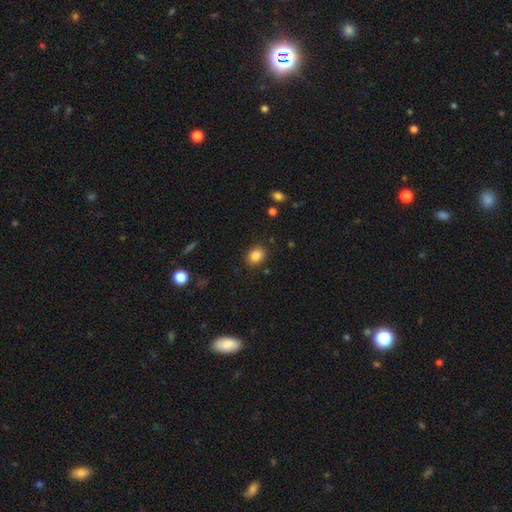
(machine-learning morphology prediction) A smooth galaxy with no disk features (85%) that is in between round and cigar-shaped (55%).

Vote fractions:
- Smooth or featured? smooth: 85% / star or artifact: 10% / featured or disk: 5%
- How rounded? in between: 55% / round: 44% / cigar-shaped: 1%
- Merging? none: 86% / minor disturbance: 10% / major disturbance: 3% / merger: 2%